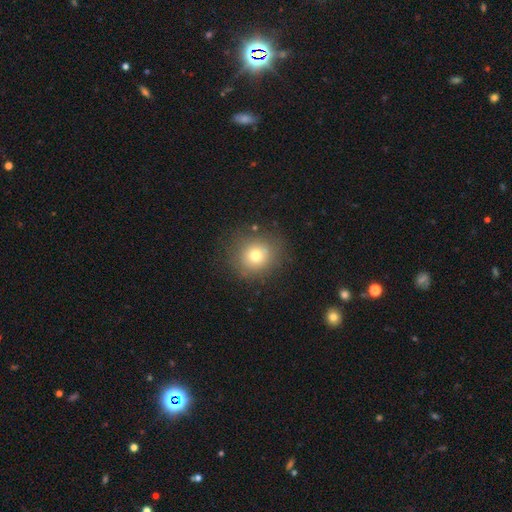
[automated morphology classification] A smooth galaxy with no disk features (72%) that is round (88%). Merging: none (83%).